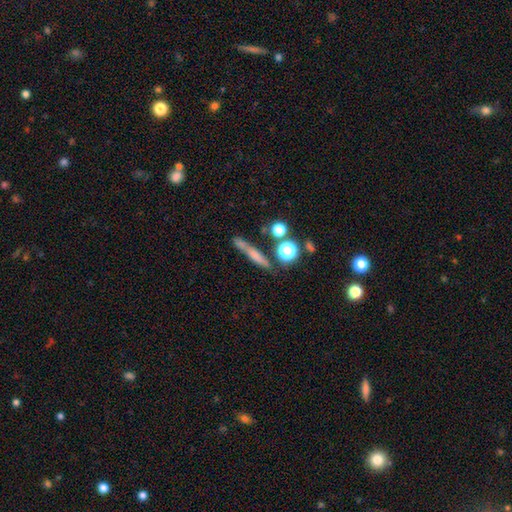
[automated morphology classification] smooth-or-featured: smooth: 61% | featured or disk: 26% | star or artifact: 13%
  how-rounded: cigar-shaped: 77% | round: 12% | in between: 11%
  merging: none: 68% | minor disturbance: 14% | merger: 12% | major disturbance: 6%